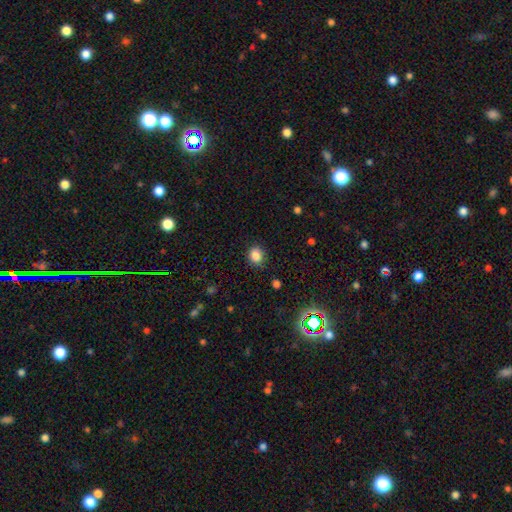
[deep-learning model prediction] Smooth or featured? Predicted: smooth (p=0.84). How rounded? Predicted: round (p=0.72). Merging? Predicted: none (p=0.85).